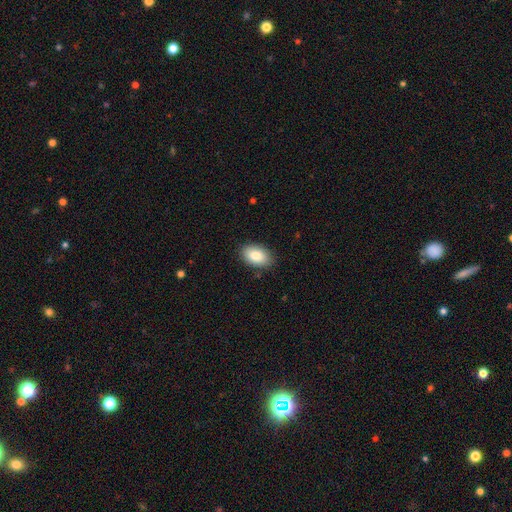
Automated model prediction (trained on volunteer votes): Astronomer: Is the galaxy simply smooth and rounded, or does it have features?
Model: smooth — 85%.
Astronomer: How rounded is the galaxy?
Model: in between — 92%.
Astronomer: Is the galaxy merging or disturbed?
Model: none — 86%.